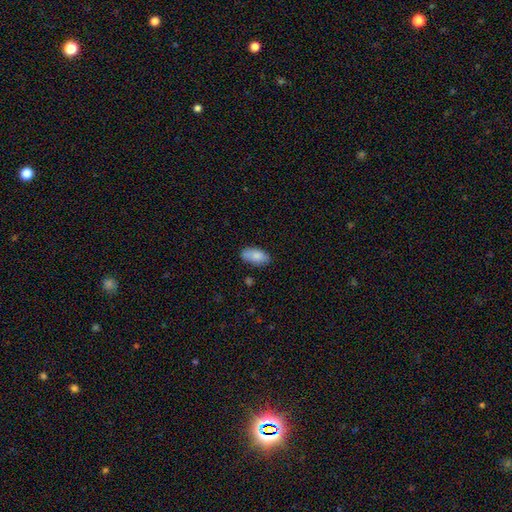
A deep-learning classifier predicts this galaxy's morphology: smooth 85%, featured or disk 9%, star or artifact 7%. Down the decision tree: how rounded — in between (92%); merging — none (81%).